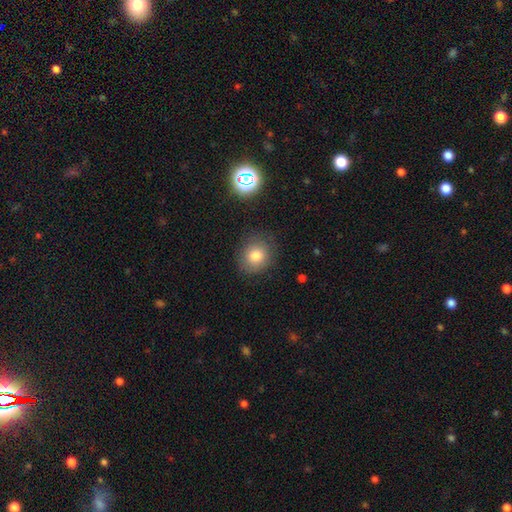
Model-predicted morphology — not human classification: smooth 79%, star or artifact 12%, featured or disk 9%. Down the decision tree: how rounded — round (76%); merging — none (81%).